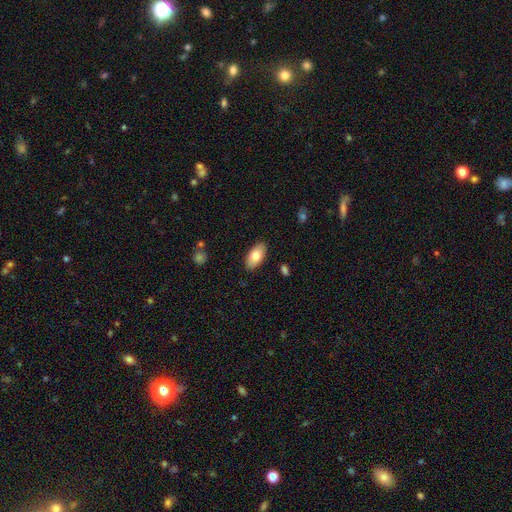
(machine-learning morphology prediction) Smooth or featured? smooth (77%)
How rounded? in between (94%)
Merging? none (87%)